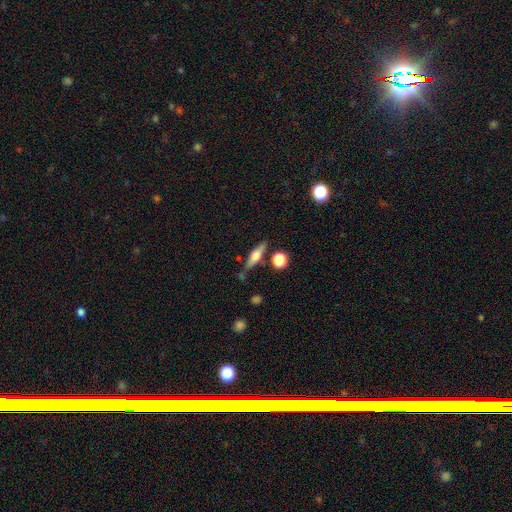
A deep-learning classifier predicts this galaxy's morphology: Q: Smooth or featured?
A: featured or disk (53%); runner-up: smooth (40%)
Q: Edge-on disk?
A: yes (93%); runner-up: no (7%)
Q: Merging?
A: none (77%); runner-up: minor disturbance (12%)